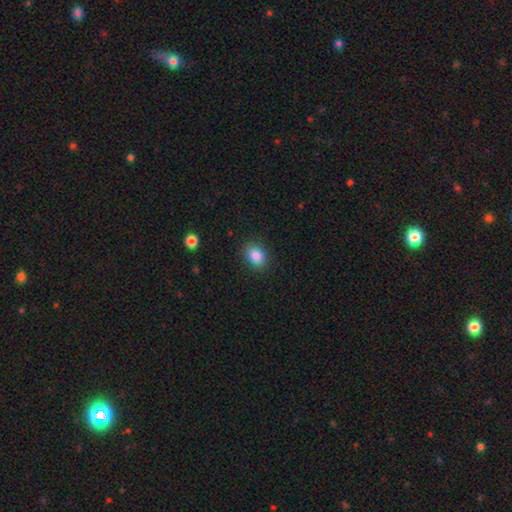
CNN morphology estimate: Smooth or featured: smooth — 86% (star or artifact — 9%)
How rounded: in between — 68% (round — 31%)
Merging: none — 87% (minor disturbance — 10%)